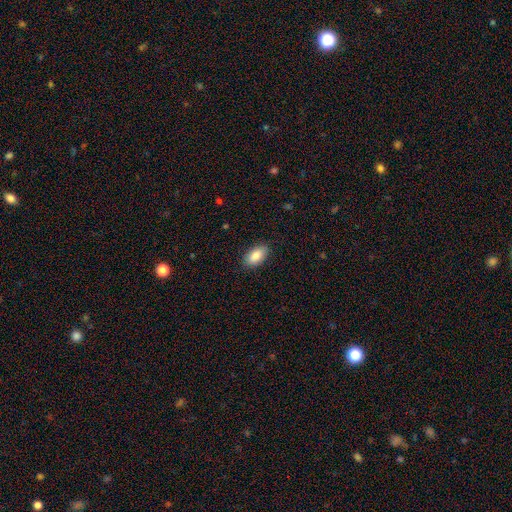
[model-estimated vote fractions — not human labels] This appears to be a smooth galaxy with no disk features (87%) that is in between round and cigar-shaped (93%). Merging: none (87%).